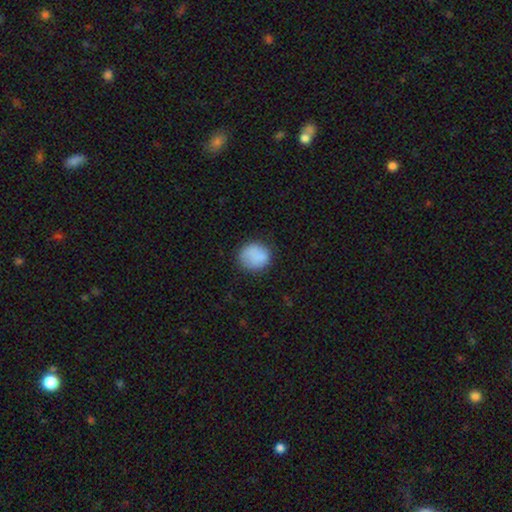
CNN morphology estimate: smooth_or_featured: smooth (p=0.84) [alt: star or artifact p=0.08]
how_rounded: round (p=0.81) [alt: in between p=0.18]
merging: none (p=0.74) [alt: minor disturbance p=0.19]